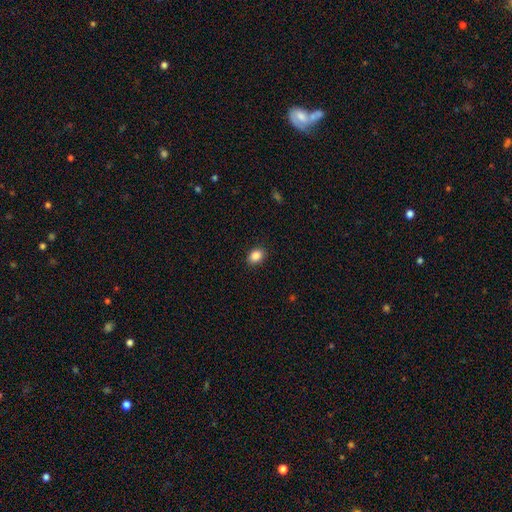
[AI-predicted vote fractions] Smooth or featured? smooth (88%)
How rounded? in between (70%)
Merging? none (90%)